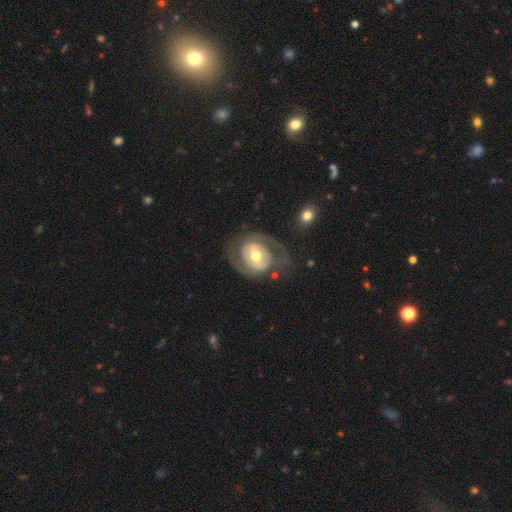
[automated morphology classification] This appears to be a featured or disk galaxy (75%) with no bar (43%), 2 (76%) medium (41%) spiral arms (70%) and a moderate central bulge (73%). Merging: none (63%).